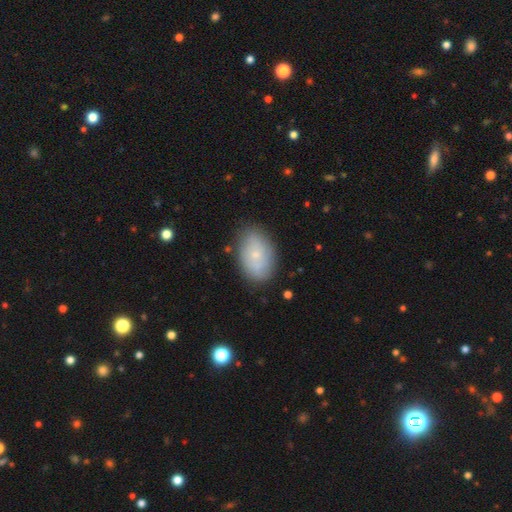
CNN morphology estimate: Q: Smooth or featured?
A: smooth (61%); runner-up: featured or disk (31%)
Q: How rounded?
A: in between (87%); runner-up: round (12%)
Q: Merging?
A: none (80%); runner-up: minor disturbance (15%)